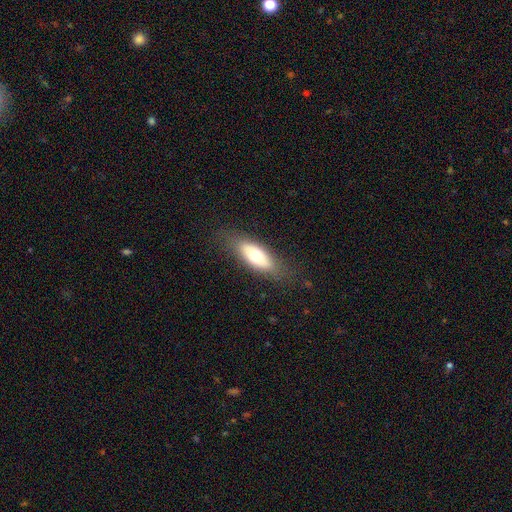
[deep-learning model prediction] Q: Smooth or featured?
A: smooth (64%); runner-up: featured or disk (29%)
Q: How rounded?
A: in between (74%); runner-up: cigar-shaped (22%)
Q: Merging?
A: none (79%); runner-up: minor disturbance (14%)